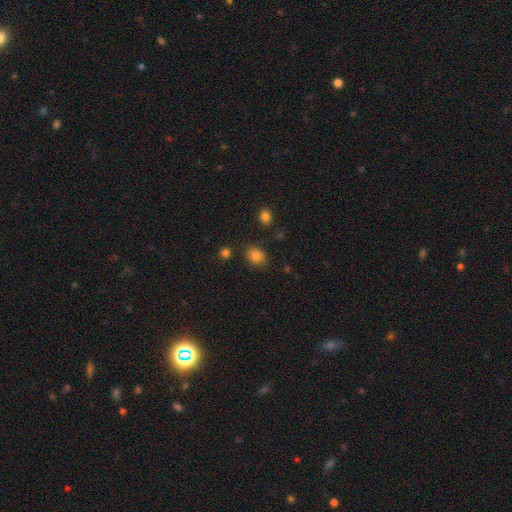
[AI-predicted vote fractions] Smooth or featured? smooth (82%)
How rounded? in between (51%)
Merging? none (82%)